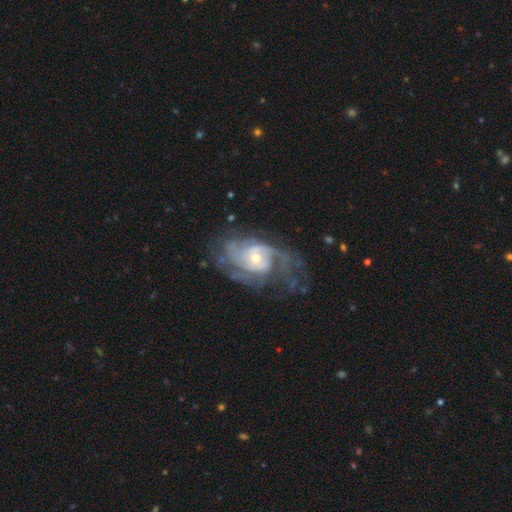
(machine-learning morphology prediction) The model was most divided on "spiral arm count" (2-way tie): 2: 30%, can't tell: 30%, 3: 18%, 4: 9%, 1: 6%, more than 4: 6%. Remaining: edge-on disk — no (96%); spiral arms — yes (95%); smooth or featured — featured or disk (87%); bar — no (66%); merging — none (58%); bulge size — small (55%); spiral winding — tight (46%).